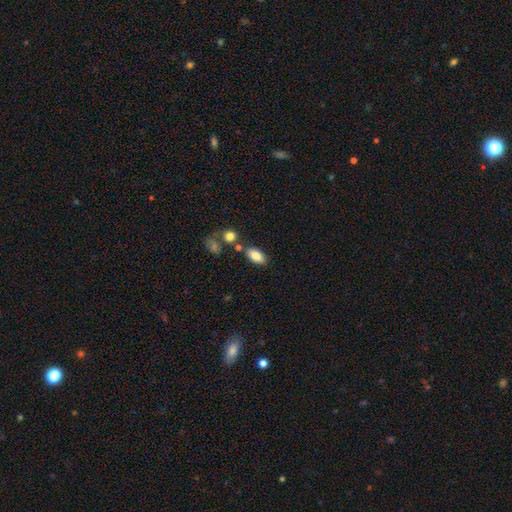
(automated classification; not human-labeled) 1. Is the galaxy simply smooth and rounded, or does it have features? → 84% smooth, 9% featured or disk, 8% star or artifact.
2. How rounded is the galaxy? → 90% in between, 6% cigar-shaped, 4% round.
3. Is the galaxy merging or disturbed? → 76% none, 12% minor disturbance, 8% merger, 3% major disturbance.